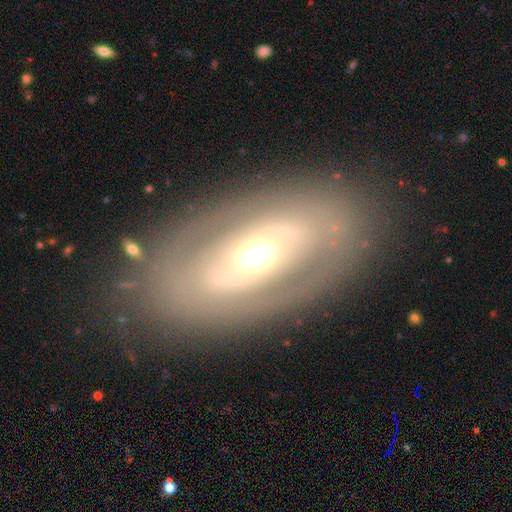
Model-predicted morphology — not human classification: This is likely a featured or disk galaxy (66%). It is clearly not viewed edge-on (89%). Bar: likely no (68%). Spiral arm pattern: likely no (77%). Central bulge: likely moderate (65%). Merging: clearly none (81%).